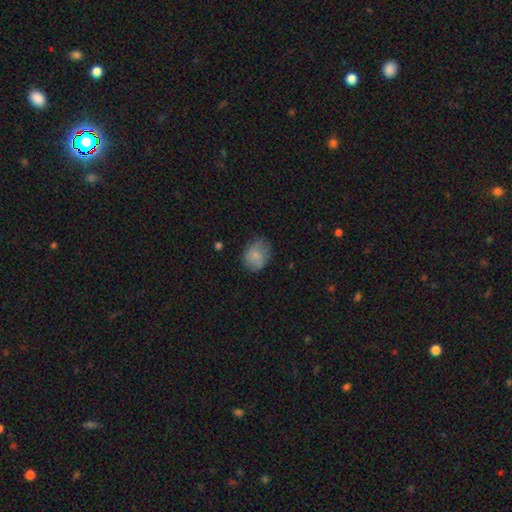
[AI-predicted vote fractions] Smooth or featured? smooth (76%)
How rounded? round (53%)
Merging? none (66%)